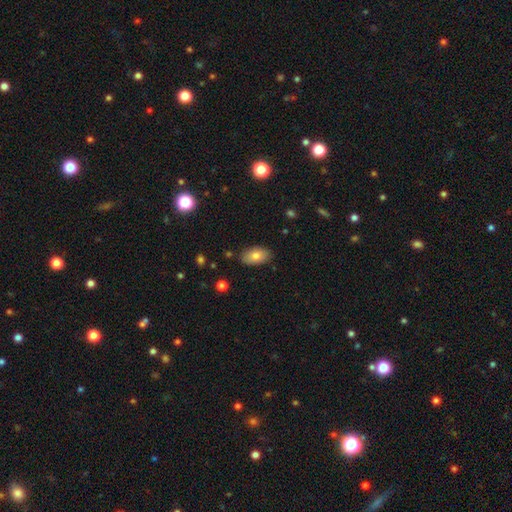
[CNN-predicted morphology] Q: Smooth or featured?
A: smooth (78%); runner-up: featured or disk (14%)
Q: How rounded?
A: in between (92%); runner-up: round (6%)
Q: Merging?
A: none (84%); runner-up: minor disturbance (12%)